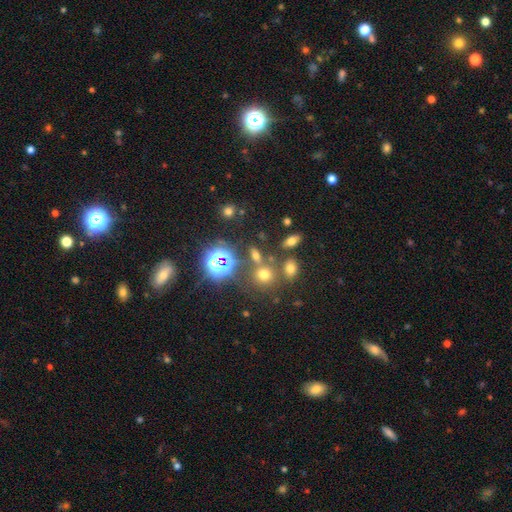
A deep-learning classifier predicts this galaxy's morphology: This is possibly a smooth galaxy (50%). How rounded: possibly in between (46%). Merging: likely none (71%).